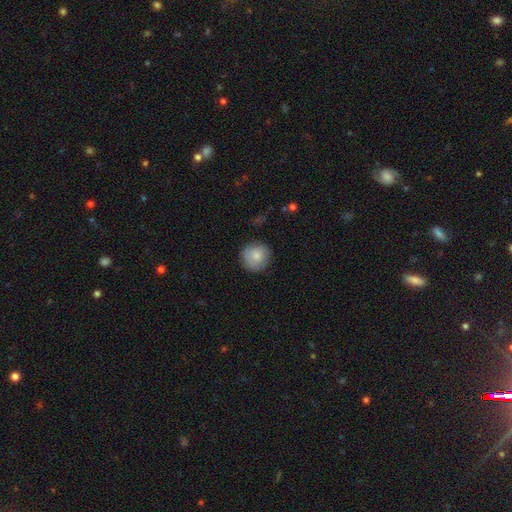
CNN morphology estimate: Smooth or featured: smooth — 80% (featured or disk — 13%)
How rounded: round — 92% (in between — 7%)
Merging: none — 82% (minor disturbance — 14%)